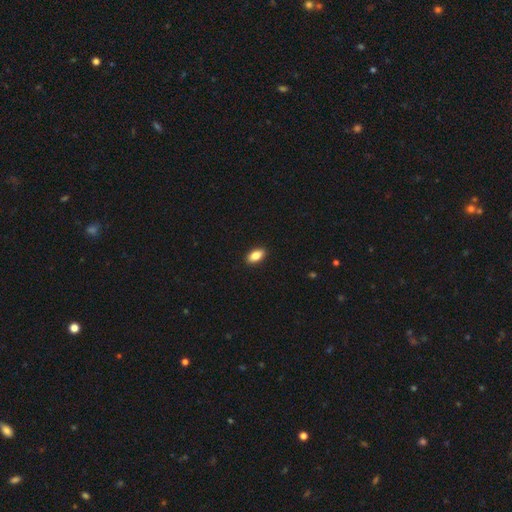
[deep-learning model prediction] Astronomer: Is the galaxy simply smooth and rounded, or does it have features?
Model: smooth — 83%.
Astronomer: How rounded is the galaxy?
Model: in between — 90%.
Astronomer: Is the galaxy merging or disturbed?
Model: none — 91%.